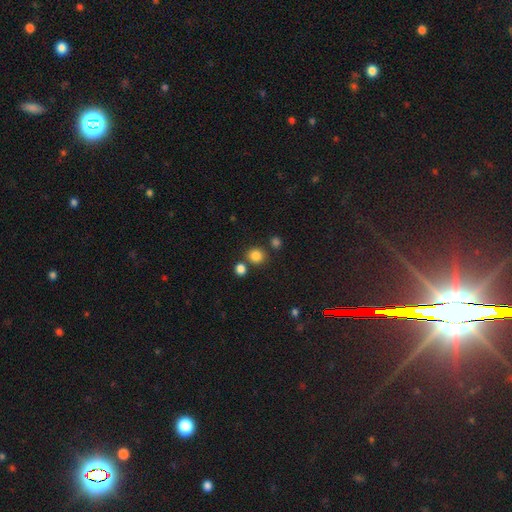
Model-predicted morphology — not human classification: Overall: smooth (83%). How rounded: round (84%). Merging: none (75%).